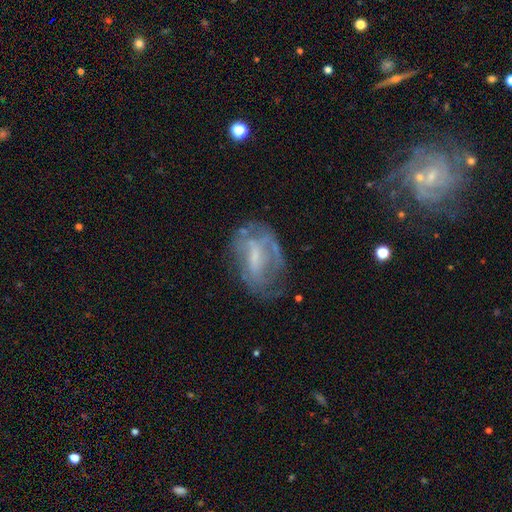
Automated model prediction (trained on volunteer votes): The model was most divided on "bar": weak: 46%, no: 33%, strong: 21%. Remaining: edge-on disk — no (95%); smooth or featured — featured or disk (67%); spiral arms — yes (59%); merging — none (51%); bulge size — small (50%).